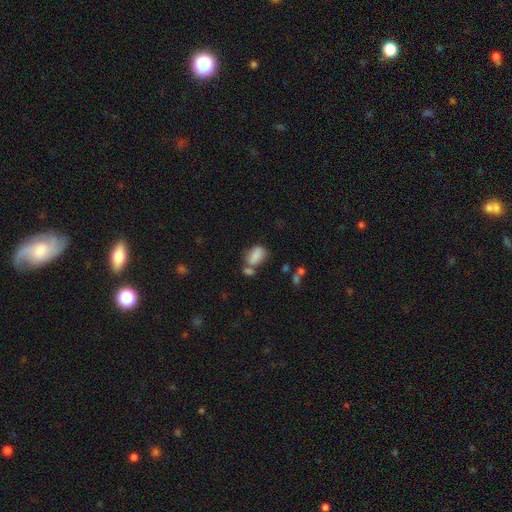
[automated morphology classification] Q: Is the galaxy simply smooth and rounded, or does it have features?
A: smooth — 83%.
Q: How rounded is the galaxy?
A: in between — 87%.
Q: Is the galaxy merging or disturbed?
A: none — 41%.